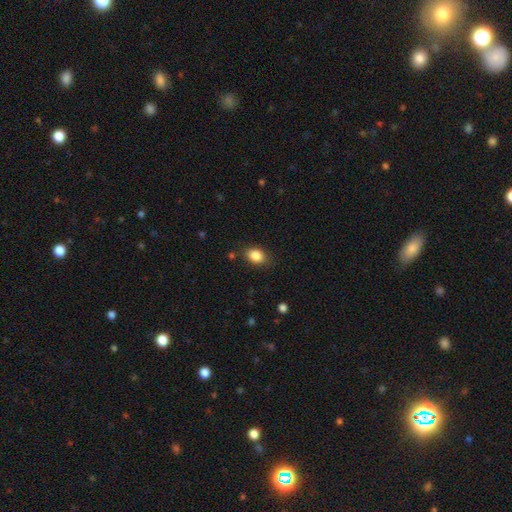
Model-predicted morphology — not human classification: Smooth or featured? smooth (86%)
How rounded? in between (72%)
Merging? none (82%)